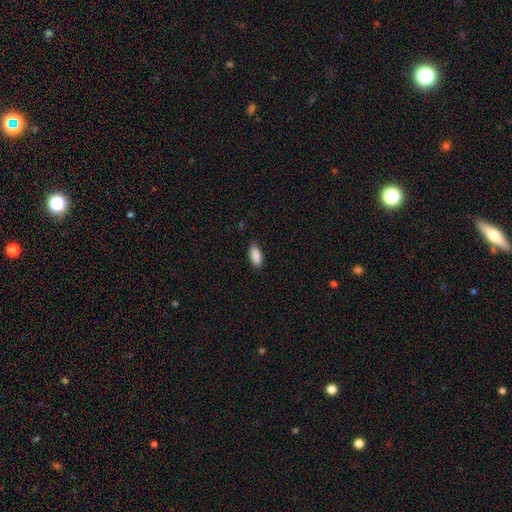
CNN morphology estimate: type=smooth (90%); roundness=in between (90%); merging=none (87%).